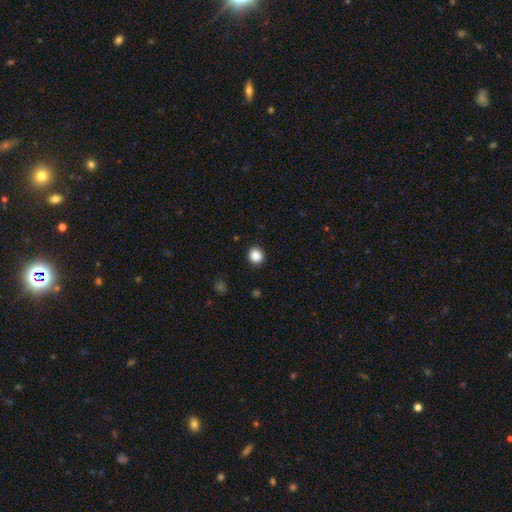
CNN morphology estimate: This appears to be a smooth galaxy with no disk features (87%) that is round (84%). Merging: none (91%).